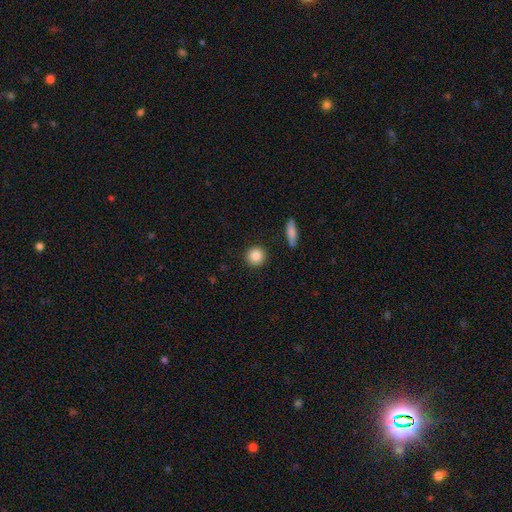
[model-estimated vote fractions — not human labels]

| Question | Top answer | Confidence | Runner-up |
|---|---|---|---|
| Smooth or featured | smooth | 87% | star or artifact (8%) |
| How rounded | round | 92% | in between (6%) |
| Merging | none | 90% | minor disturbance (6%) |